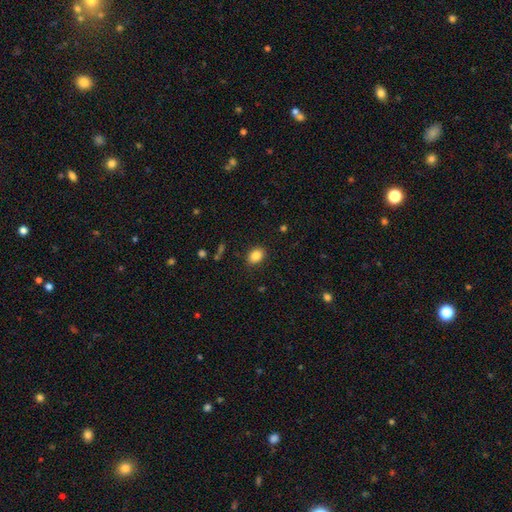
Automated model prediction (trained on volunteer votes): Morphology: type=smooth (86%); roundness=in between (69%); merging=none (87%).